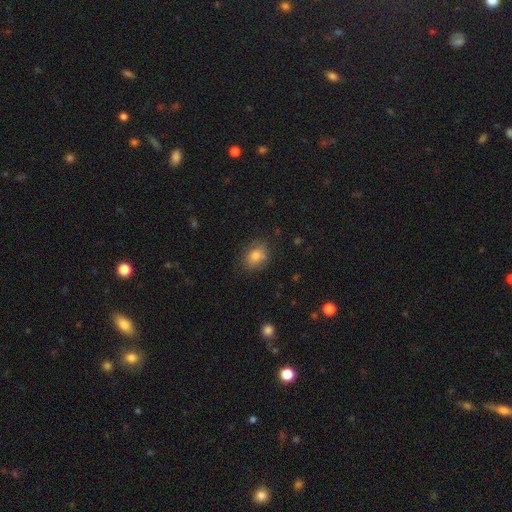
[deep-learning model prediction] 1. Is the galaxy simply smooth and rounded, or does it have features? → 78% smooth, 12% featured or disk, 10% star or artifact.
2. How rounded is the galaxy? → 65% in between, 33% round, 1% cigar-shaped.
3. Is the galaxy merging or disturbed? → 67% none, 21% minor disturbance, 6% merger, 5% major disturbance.